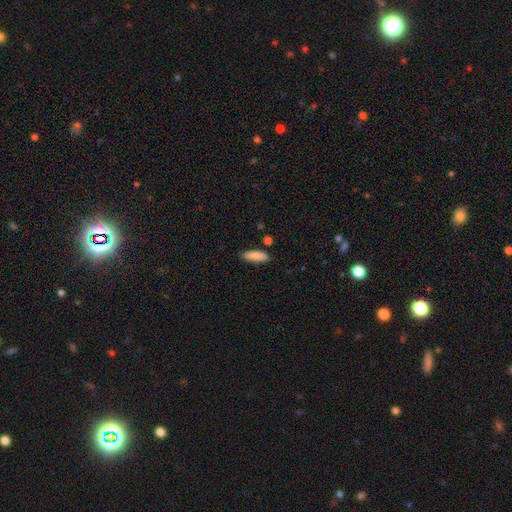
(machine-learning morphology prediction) Smooth or featured? smooth (87%)
How rounded? cigar-shaped (53%)
Merging? none (84%)